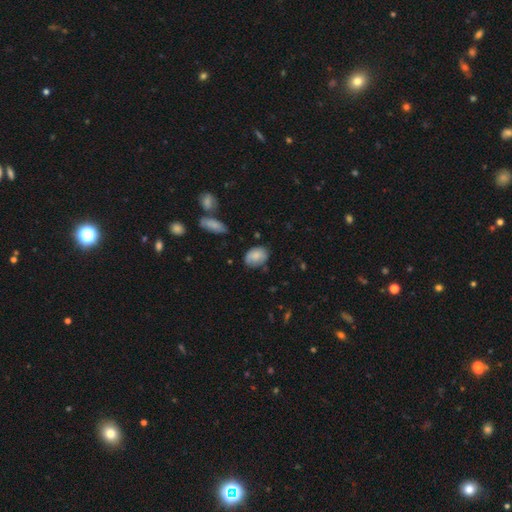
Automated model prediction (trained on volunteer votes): This is clearly a smooth galaxy (82%). How rounded: likely in between (75%). Merging: likely none (68%).